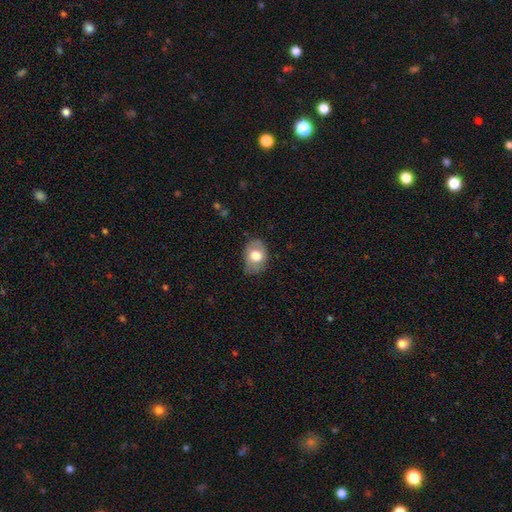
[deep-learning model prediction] Smooth or featured? smooth (67%)
How rounded? in between (72%)
Merging? none (69%)